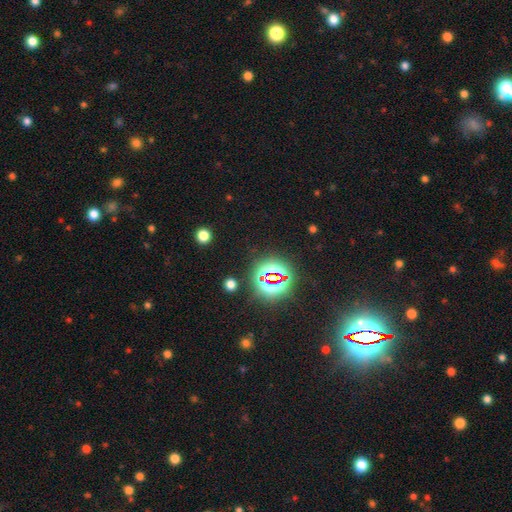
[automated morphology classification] Q: Smooth or featured?
A: star or artifact (81%); runner-up: smooth (12%)